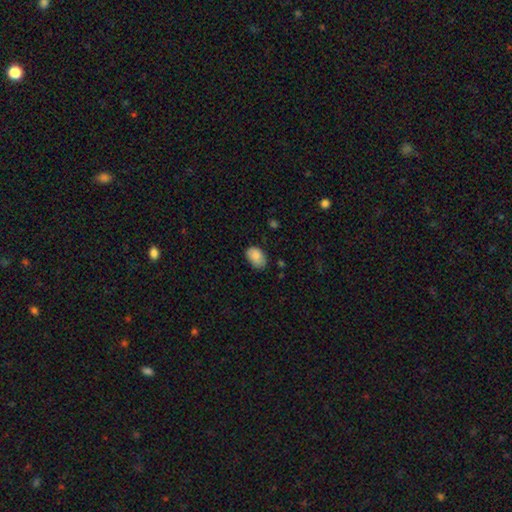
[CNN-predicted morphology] type=smooth (85%); roundness=in between (86%); merging=none (68%).